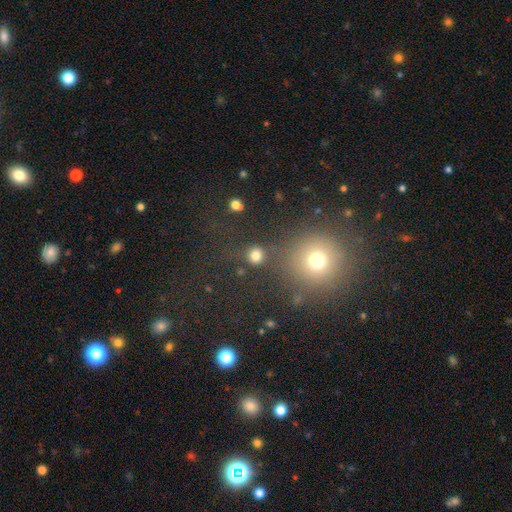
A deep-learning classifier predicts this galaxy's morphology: smooth_or_featured: smooth (p=0.79) [alt: star or artifact p=0.15]
how_rounded: round (p=0.89) [alt: in between p=0.10]
merging: none (p=0.79) [alt: minor disturbance p=0.09]